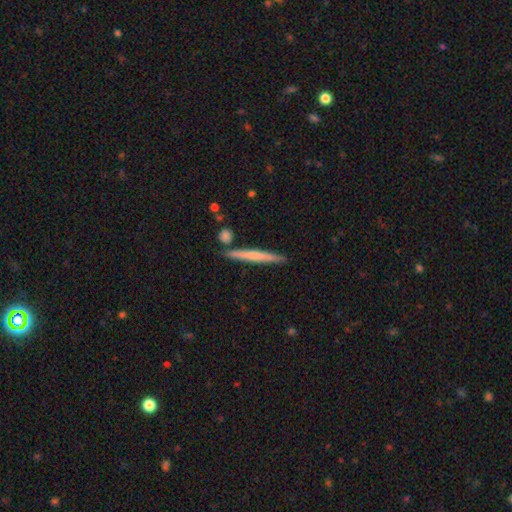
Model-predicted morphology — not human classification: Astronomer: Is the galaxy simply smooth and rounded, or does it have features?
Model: smooth — 58% (runner-up: featured or disk, 37%).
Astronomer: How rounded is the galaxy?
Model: cigar-shaped — 96%.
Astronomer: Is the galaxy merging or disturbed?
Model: none — 85%.